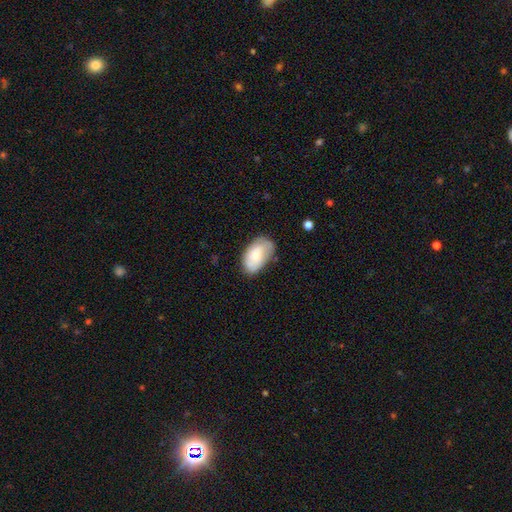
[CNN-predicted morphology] Smooth or featured? Predicted: smooth (p=0.68). How rounded? Predicted: in between (p=0.93). Merging? Predicted: none (p=0.65).